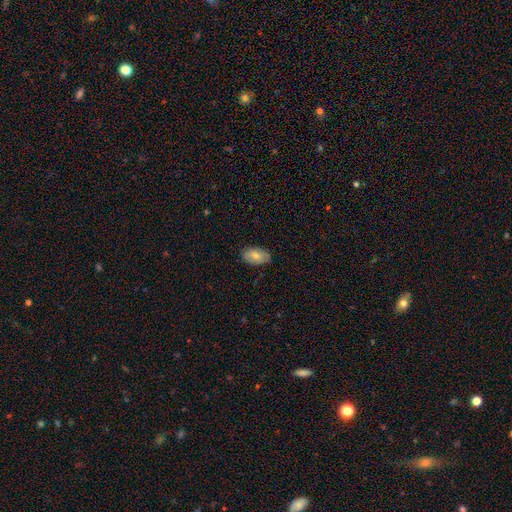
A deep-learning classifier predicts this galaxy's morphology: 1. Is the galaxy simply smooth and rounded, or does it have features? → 71% smooth, 22% featured or disk, 7% star or artifact.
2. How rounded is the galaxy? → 93% in between, 5% round, 2% cigar-shaped.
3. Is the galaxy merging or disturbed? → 79% none, 18% minor disturbance, 3% major disturbance, 1% merger.